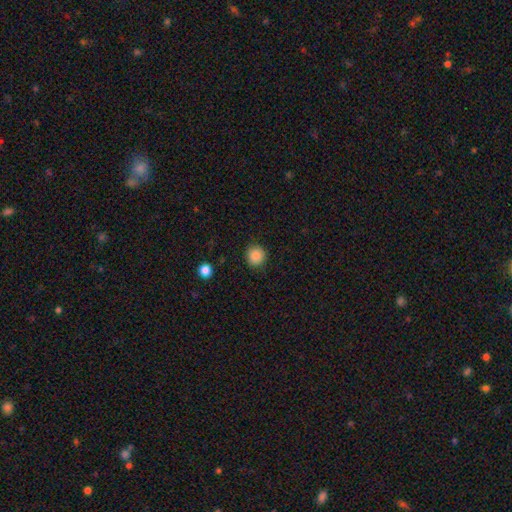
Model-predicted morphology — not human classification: Smooth or featured: smooth — 88% (star or artifact — 9%)
How rounded: round — 90% (in between — 9%)
Merging: none — 90% (minor disturbance — 7%)